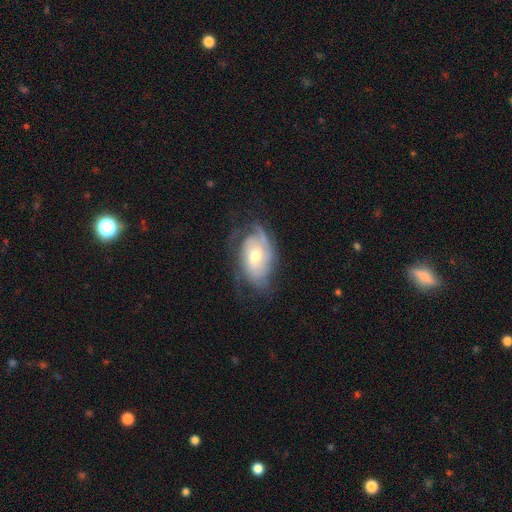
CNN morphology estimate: featured or disk 74%, smooth 20%, star or artifact 6%. Down the decision tree: edge-on disk — no (95%); bar — no (67%); spiral arms — yes (88%); spiral arm count — can't tell (38%); spiral winding — tight (52%); bulge size — moderate (67%); merging — none (56%).